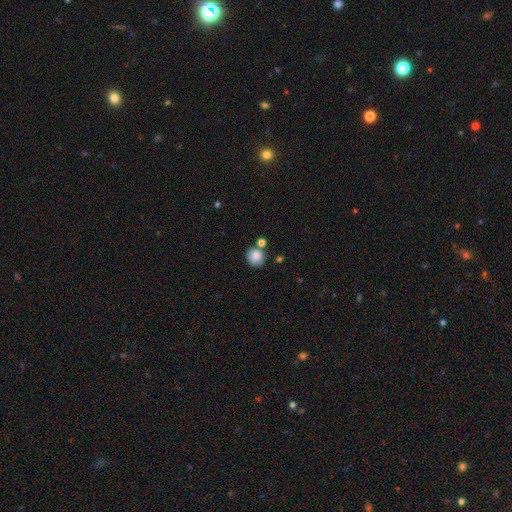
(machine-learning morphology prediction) smooth-or-featured: smooth: 84% | star or artifact: 9% | featured or disk: 6%
  how-rounded: round: 81% | in between: 18% | cigar-shaped: 1%
  merging: none: 64% | merger: 17% | minor disturbance: 14% | major disturbance: 4%